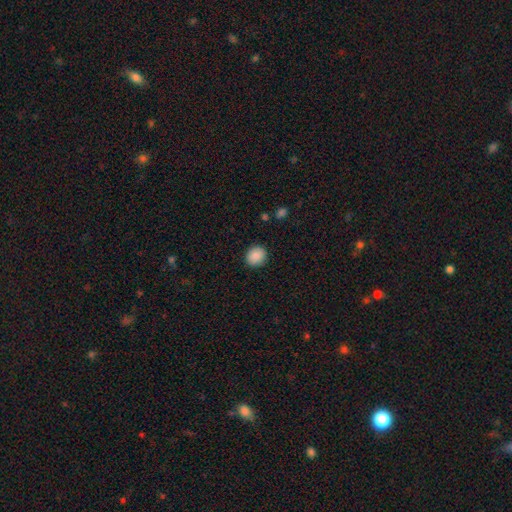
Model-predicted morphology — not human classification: smooth-or-featured: smooth: 89% | star or artifact: 8% | featured or disk: 3%
  how-rounded: round: 81% | in between: 18% | cigar-shaped: 1%
  merging: none: 90% | minor disturbance: 7% | major disturbance: 2% | merger: 1%